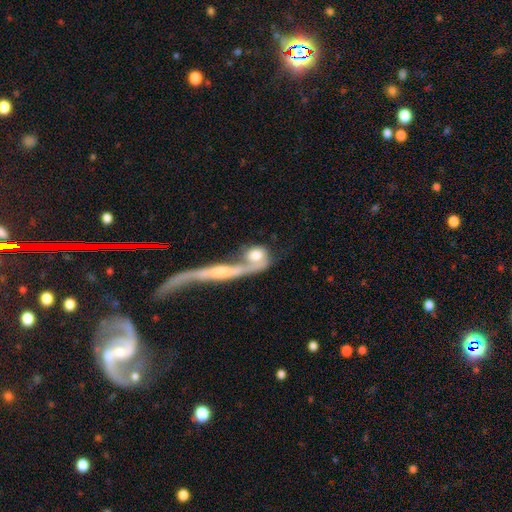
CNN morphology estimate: type=smooth (55%); roundness=round (54%); merging=merger (59%).